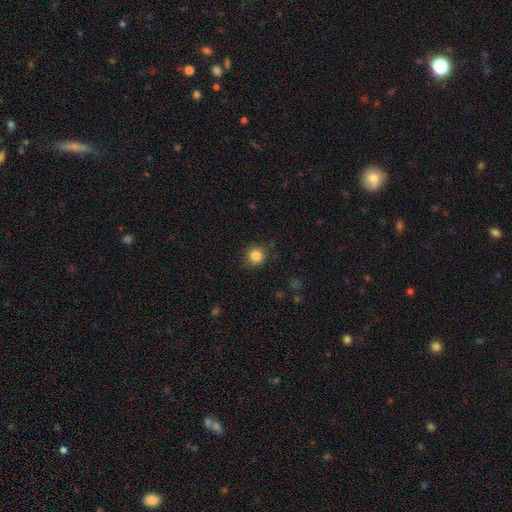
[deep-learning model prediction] A smooth galaxy with no disk features (85%) that is round (93%). Merging: none (88%).